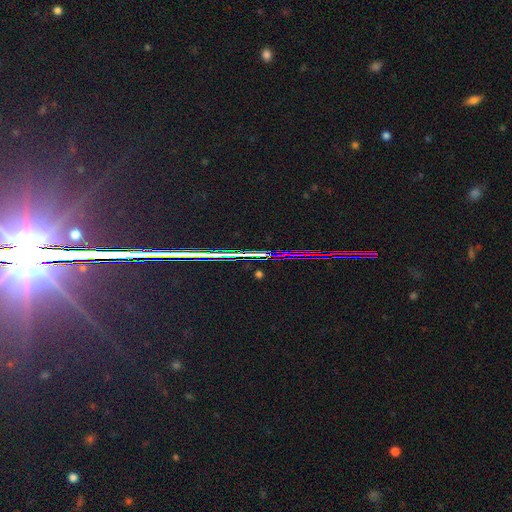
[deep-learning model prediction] A star or artifact, not a galaxy (85%).

Vote fractions:
- Smooth or featured? star or artifact: 85% / featured or disk: 9% / smooth: 6%